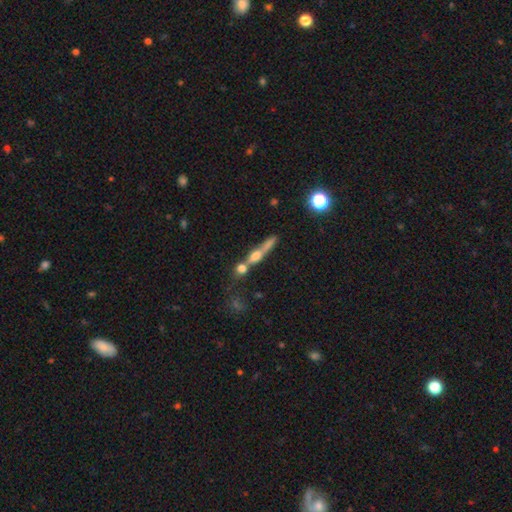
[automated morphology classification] Smooth or featured: featured or disk — 44% (smooth — 42%)
Merging: merger — 45% (none — 35%)